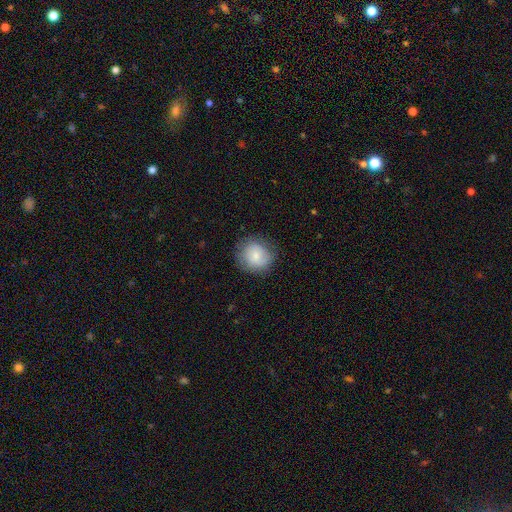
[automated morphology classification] smooth 77%, featured or disk 16%, star or artifact 8%. Down the decision tree: how rounded — round (85%); merging — none (78%).